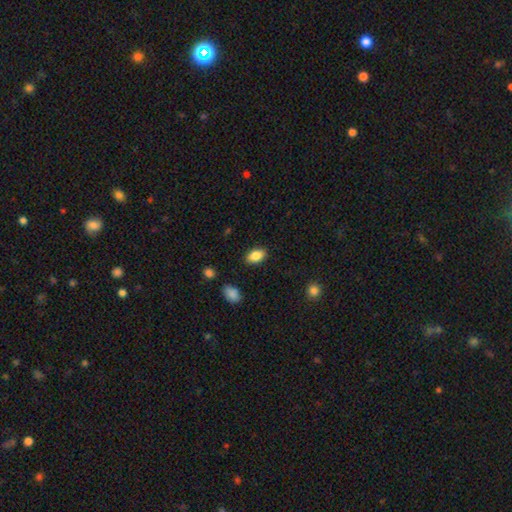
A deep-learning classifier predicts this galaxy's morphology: Smooth or featured? smooth (86%)
How rounded? in between (91%)
Merging? none (87%)